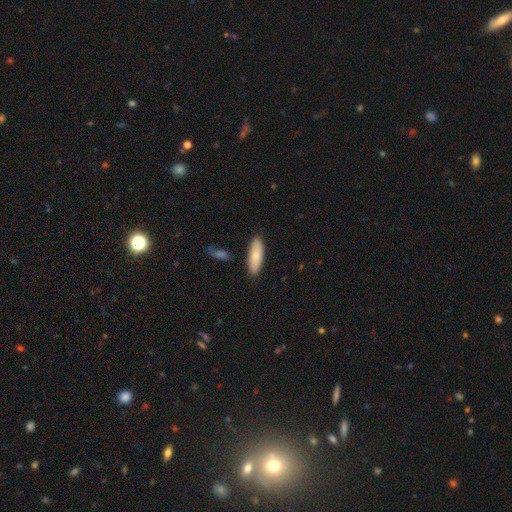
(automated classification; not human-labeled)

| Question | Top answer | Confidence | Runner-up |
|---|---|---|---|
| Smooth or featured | smooth | 82% | featured or disk (13%) |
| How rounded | in between | 61% | cigar-shaped (37%) |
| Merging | none | 86% | minor disturbance (10%) |